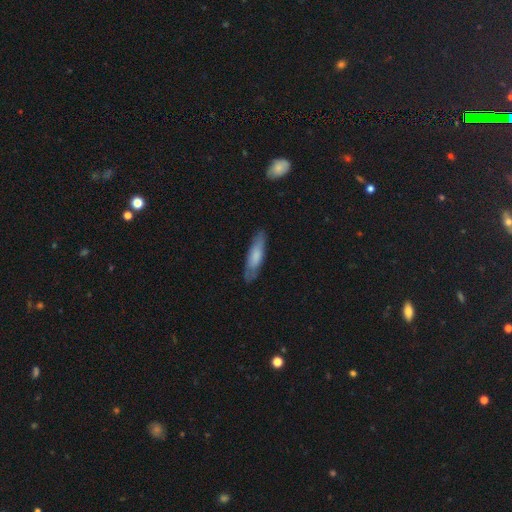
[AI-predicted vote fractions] Overall: smooth (66%; featured or disk 29%). How rounded: cigar-shaped (68%; in between 31%). Merging: none (80%).